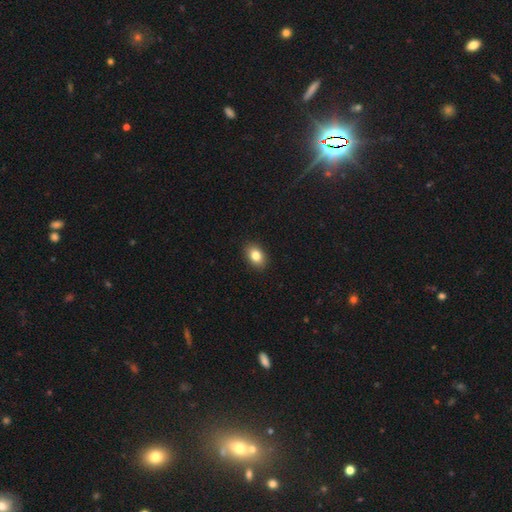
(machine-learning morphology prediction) Overall: smooth (83%). How rounded: in between (81%). Merging: none (90%).